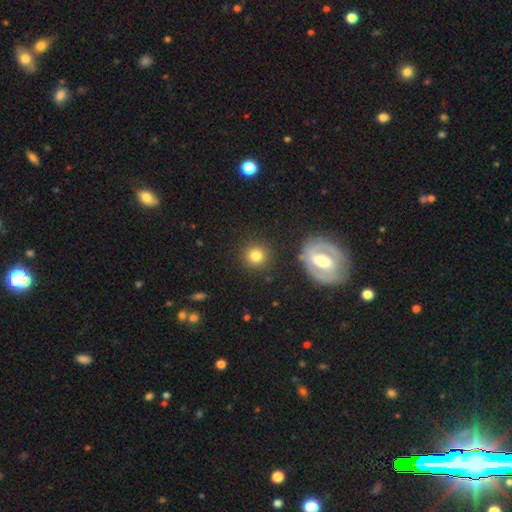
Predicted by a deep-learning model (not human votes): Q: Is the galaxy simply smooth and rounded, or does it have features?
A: smooth — 78%.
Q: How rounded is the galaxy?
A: round — 91%.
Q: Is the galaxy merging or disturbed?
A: none — 87%.